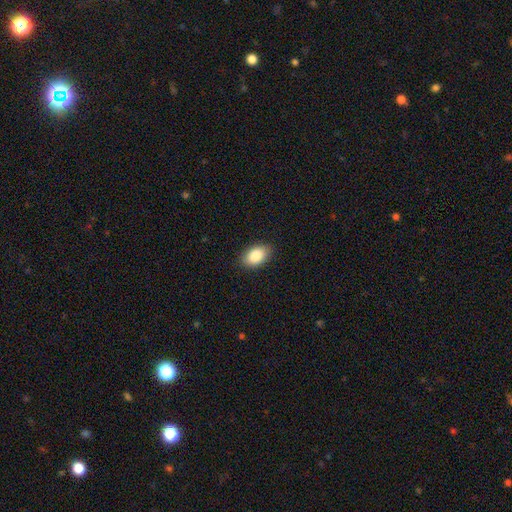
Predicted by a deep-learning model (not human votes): smooth 87%, star or artifact 7%, featured or disk 6%. Down the decision tree: how rounded — in between (91%); merging — none (88%).